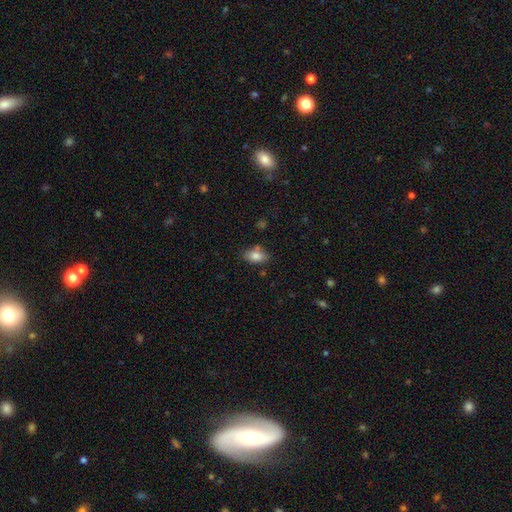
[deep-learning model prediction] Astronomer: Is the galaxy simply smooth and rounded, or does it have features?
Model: smooth — 83%.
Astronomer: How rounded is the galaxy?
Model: in between — 88%.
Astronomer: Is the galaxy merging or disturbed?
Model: none — 72%.